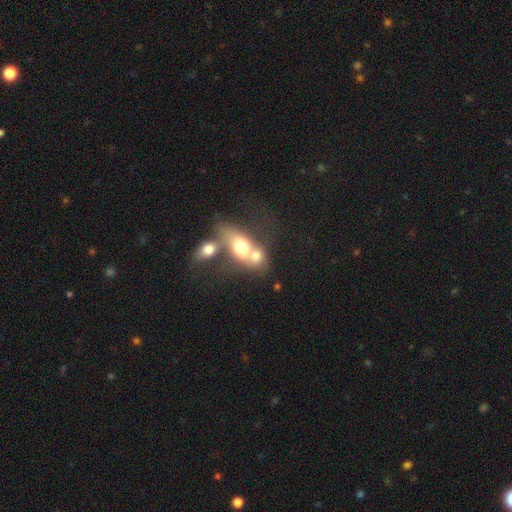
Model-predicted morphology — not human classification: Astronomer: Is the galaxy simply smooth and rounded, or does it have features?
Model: smooth — 63%.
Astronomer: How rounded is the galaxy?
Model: in between — 61%.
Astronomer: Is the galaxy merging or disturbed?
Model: merger — 68%.